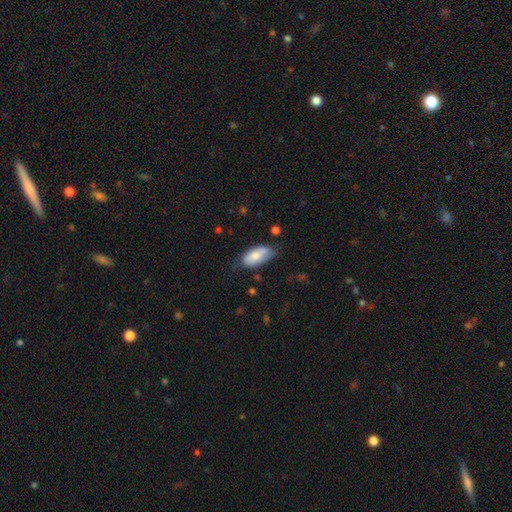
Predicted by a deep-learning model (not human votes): smooth_or_featured: smooth (p=0.76) [alt: featured or disk p=0.18]
how_rounded: in between (p=0.91) [alt: cigar-shaped p=0.06]
merging: none (p=0.54) [alt: minor disturbance p=0.34]